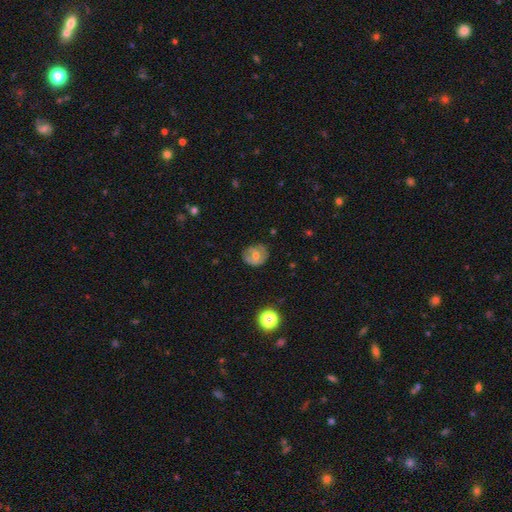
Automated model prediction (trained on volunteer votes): Morphology: type=featured or disk (47%); merging=none (70%).